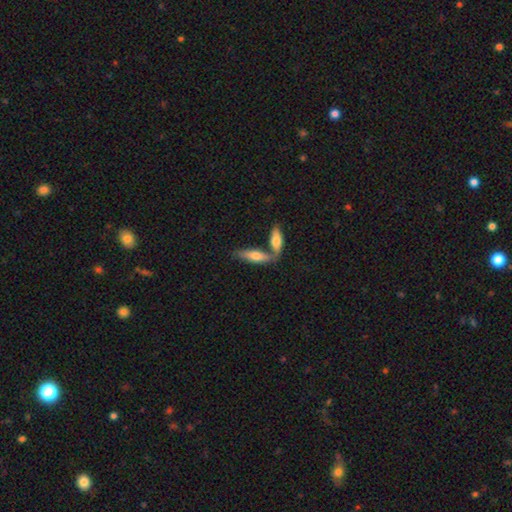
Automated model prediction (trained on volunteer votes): This appears to be a smooth galaxy with no disk features (62%) that is cigar-shaped (50%). Merging: merger (46%).